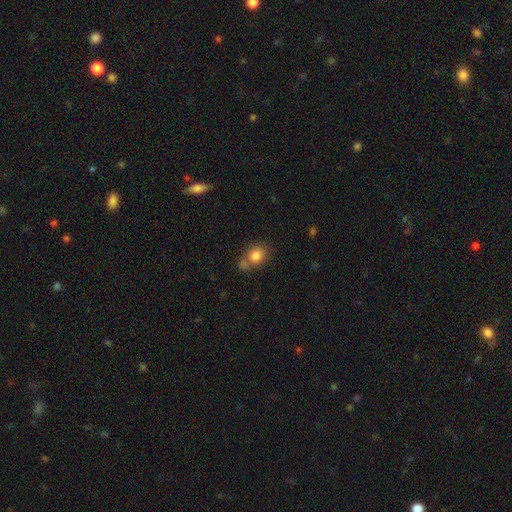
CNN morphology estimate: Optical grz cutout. It shows a smooth galaxy with no disk features (82%) that is round (58%). Merging: none (50%).